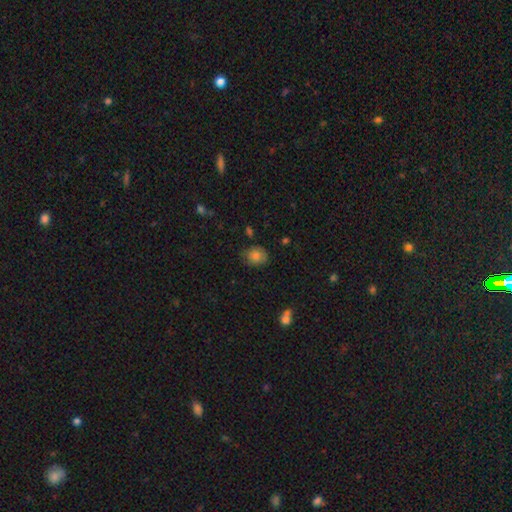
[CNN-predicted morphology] smooth_or_featured: smooth (p=0.80) [alt: featured or disk p=0.11]
how_rounded: round (p=0.64) [alt: in between p=0.35]
merging: none (p=0.69) [alt: minor disturbance p=0.23]